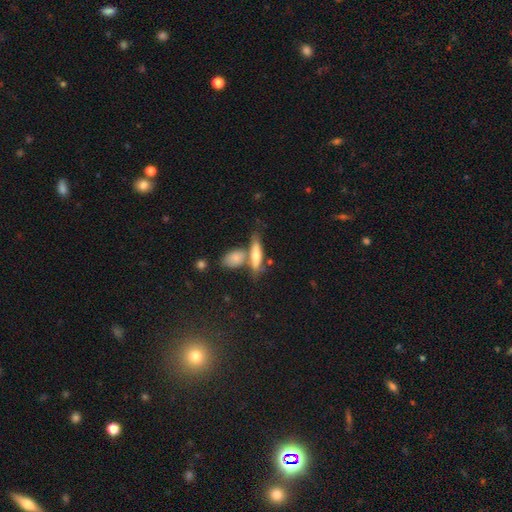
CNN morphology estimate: smooth 64%, featured or disk 29%, star or artifact 7%. Down the decision tree: how rounded — cigar-shaped (56%); merging — none (52%).